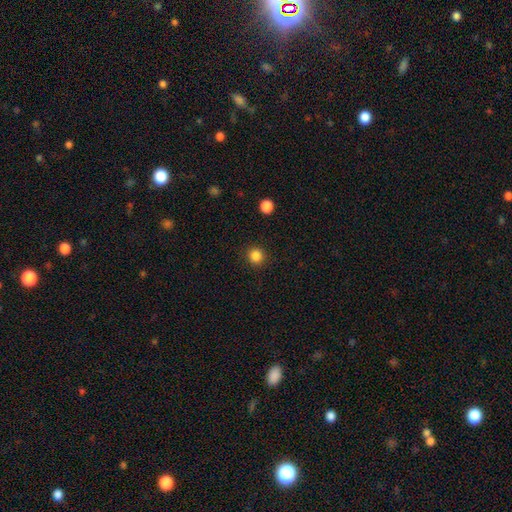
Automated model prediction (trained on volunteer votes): Q: Smooth or featured?
A: smooth (85%); runner-up: star or artifact (12%)
Q: How rounded?
A: round (94%); runner-up: in between (6%)
Q: Merging?
A: none (92%); runner-up: minor disturbance (5%)